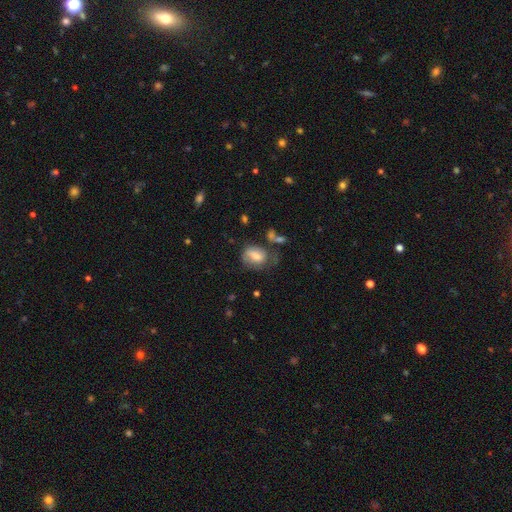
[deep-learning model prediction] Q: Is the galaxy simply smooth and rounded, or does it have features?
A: smooth — 64%.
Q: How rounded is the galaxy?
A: in between — 68%.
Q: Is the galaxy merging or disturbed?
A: none — 44%.